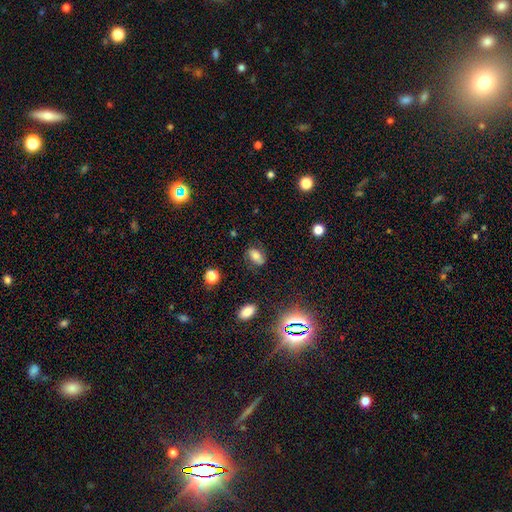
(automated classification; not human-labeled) A smooth galaxy with no disk features (62%) that is in between round and cigar-shaped (83%). Merging: none (74%).